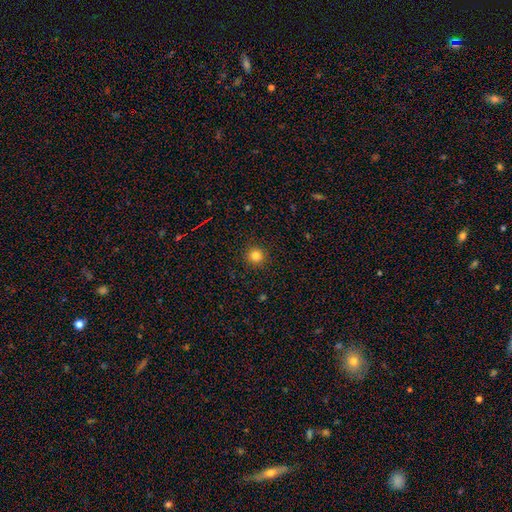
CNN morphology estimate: Overall: smooth (82%). How rounded: round (95%). Merging: none (92%).